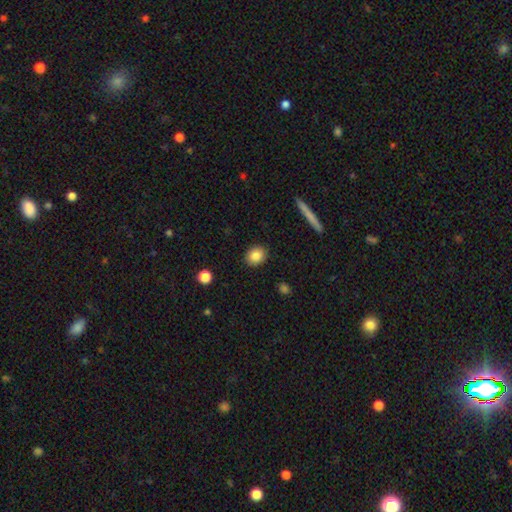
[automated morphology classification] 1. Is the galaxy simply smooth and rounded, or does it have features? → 85% smooth, 8% star or artifact, 6% featured or disk.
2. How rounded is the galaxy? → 65% round, 33% in between, 1% cigar-shaped.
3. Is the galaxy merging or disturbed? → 90% none, 7% minor disturbance, 2% major disturbance, 1% merger.